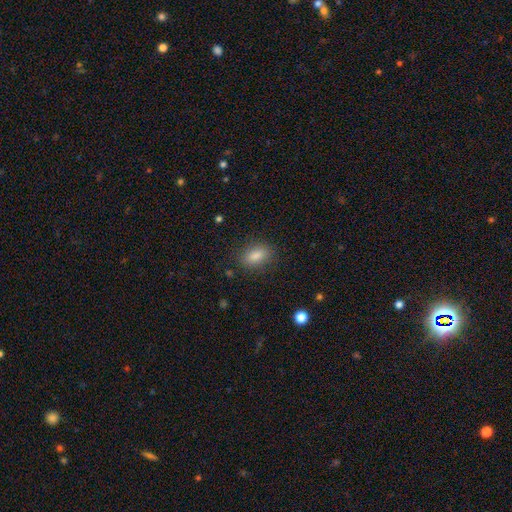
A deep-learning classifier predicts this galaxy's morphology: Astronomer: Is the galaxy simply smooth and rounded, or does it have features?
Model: smooth — 84%.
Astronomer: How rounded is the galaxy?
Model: in between — 84%.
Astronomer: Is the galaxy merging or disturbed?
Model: none — 86%.